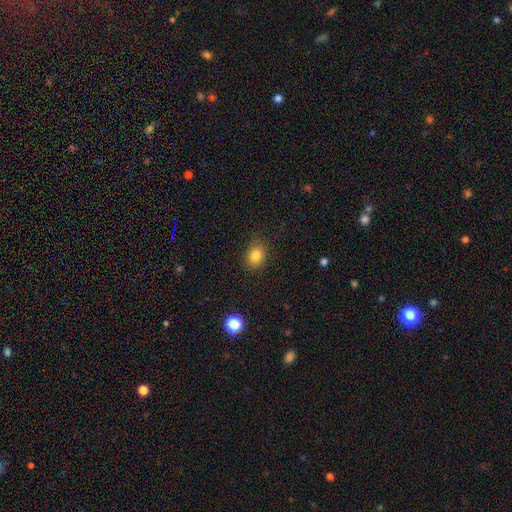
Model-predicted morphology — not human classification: The model was most divided on "how rounded": in between: 53%, round: 46%, cigar-shaped: 1%. More confident: merging — none (84%); smooth or featured — smooth (82%).